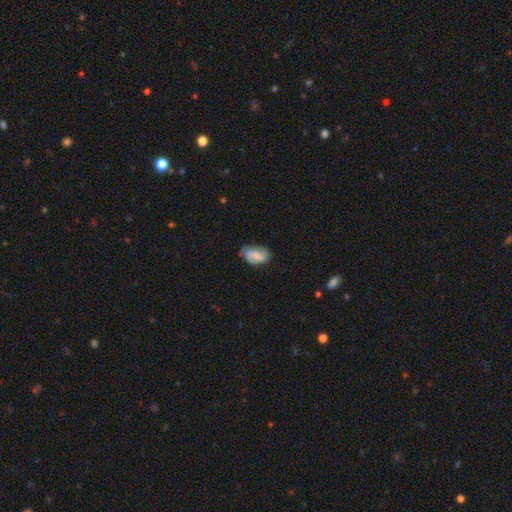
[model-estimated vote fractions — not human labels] Morphology: type=smooth (72%); roundness=in between (91%); merging=none (60%).